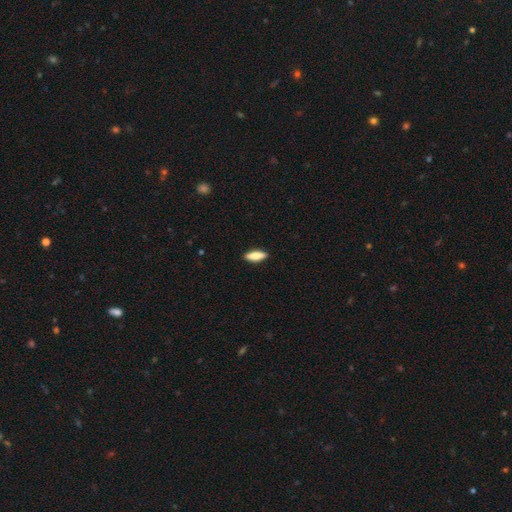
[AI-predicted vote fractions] This is clearly a smooth galaxy (80%). How rounded: possibly in between (51%). Merging: clearly none (90%).